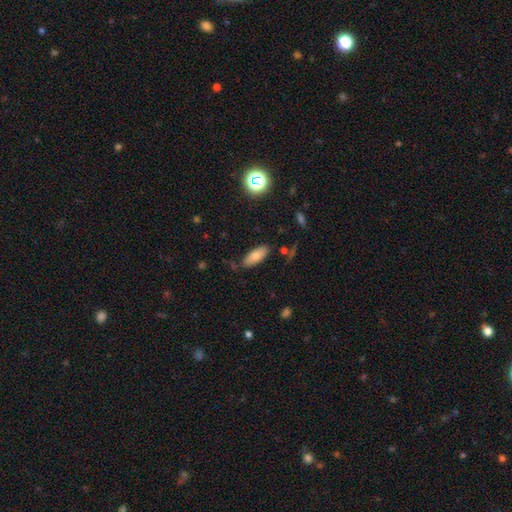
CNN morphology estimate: Smooth or featured: smooth — 76% (featured or disk — 15%)
How rounded: in between — 74% (cigar-shaped — 23%)
Merging: none — 81% (minor disturbance — 13%)